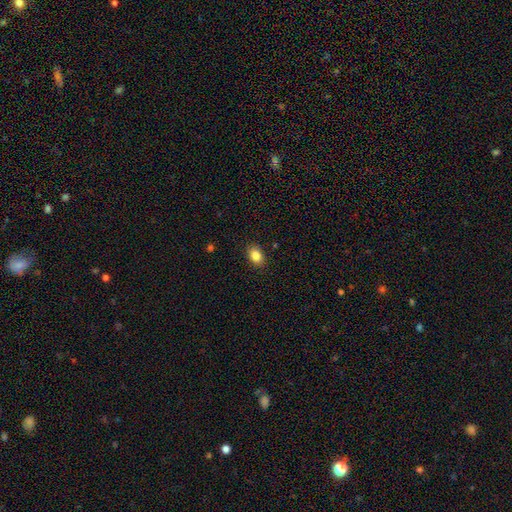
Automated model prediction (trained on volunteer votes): Morphology: type=smooth (85%); roundness=in between (78%); merging=none (89%).